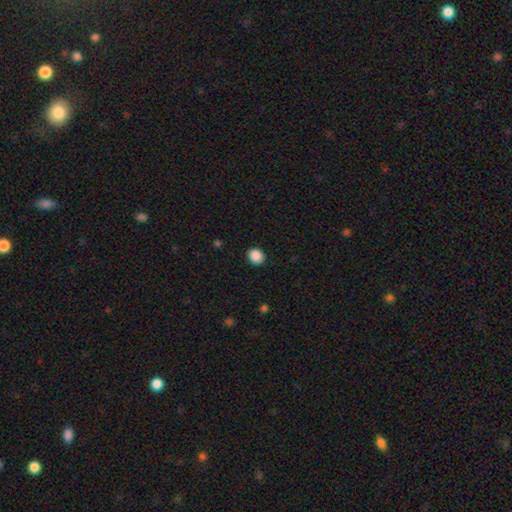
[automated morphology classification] smooth_or_featured: smooth (p=0.89) [alt: star or artifact p=0.09]
how_rounded: round (p=0.67) [alt: in between p=0.32]
merging: none (p=0.91) [alt: minor disturbance p=0.06]